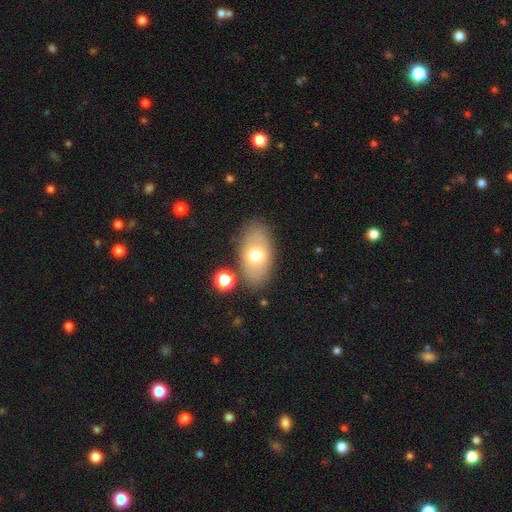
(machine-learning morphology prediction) This is likely a smooth galaxy (64%). How rounded: clearly in between (92%). Merging: likely none (79%).